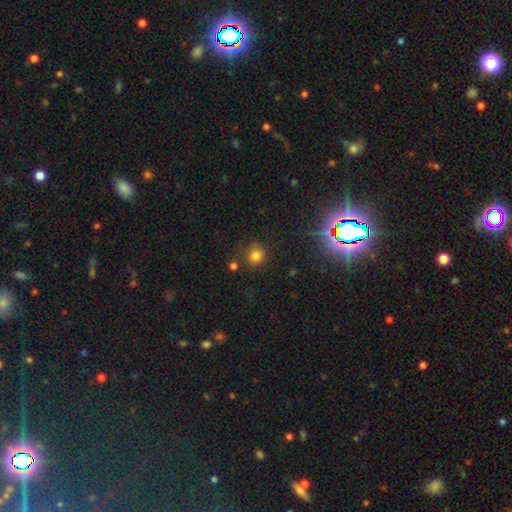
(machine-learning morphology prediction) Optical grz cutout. It shows a smooth galaxy with no disk features (77%) that is round (87%). Merging: none (78%).